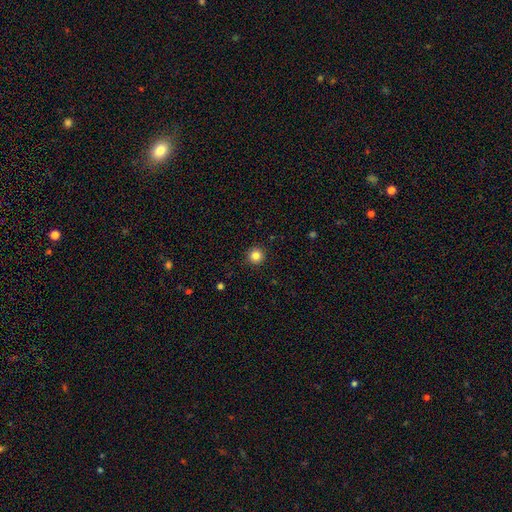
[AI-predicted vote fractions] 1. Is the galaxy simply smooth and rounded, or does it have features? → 83% smooth, 12% star or artifact, 5% featured or disk.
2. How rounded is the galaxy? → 96% round, 3% in between, 1% cigar-shaped.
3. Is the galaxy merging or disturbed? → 92% none, 5% minor disturbance, 2% major disturbance, 1% merger.